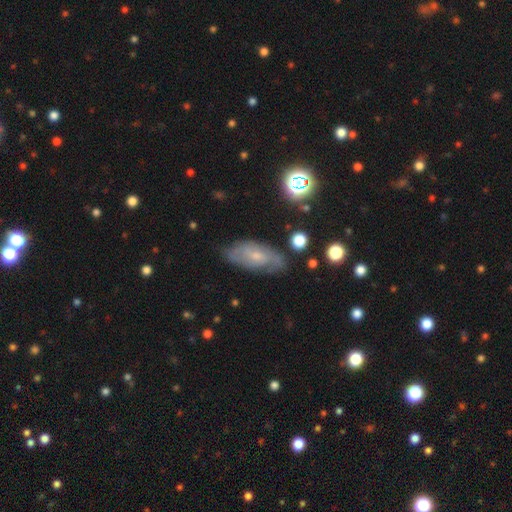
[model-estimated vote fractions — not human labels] smooth-or-featured: featured or disk: 56% | smooth: 34% | star or artifact: 10%
  disk-edge-on: no: 90% | yes: 10%
    bar: no: 65% | weak: 30% | strong: 5%
    has-spiral-arms: yes: 76% | no: 24%
    bulge-size: small: 63% | moderate: 29% | none: 5% | large: 2% | dominant: 1%
  merging: none: 67% | minor disturbance: 24% | major disturbance: 7% | merger: 2%